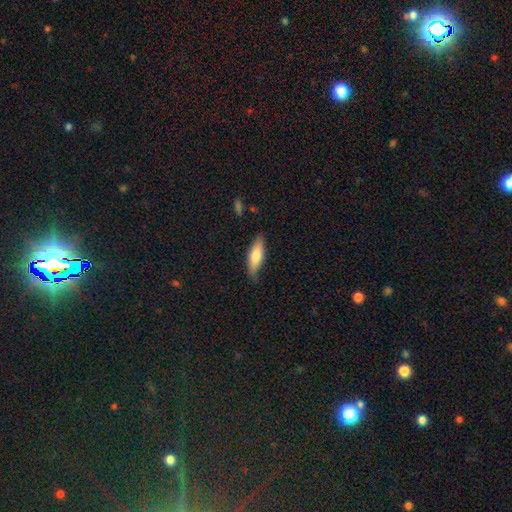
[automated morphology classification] Overall: smooth (73%). How rounded: in between (51%; cigar-shaped 47%). Merging: none (80%).